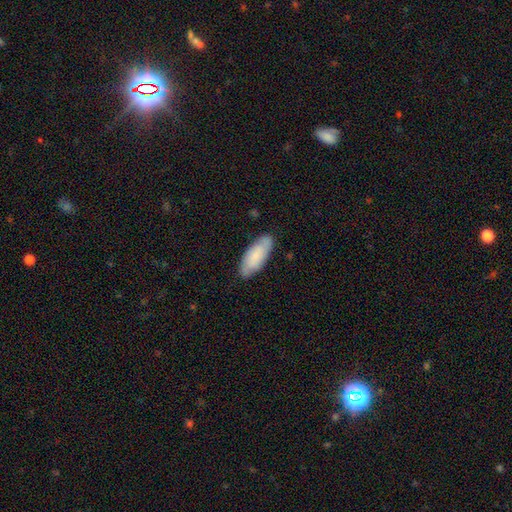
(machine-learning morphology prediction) This is likely a smooth galaxy (73%). How rounded: likely in between (77%). Merging: clearly none (82%).